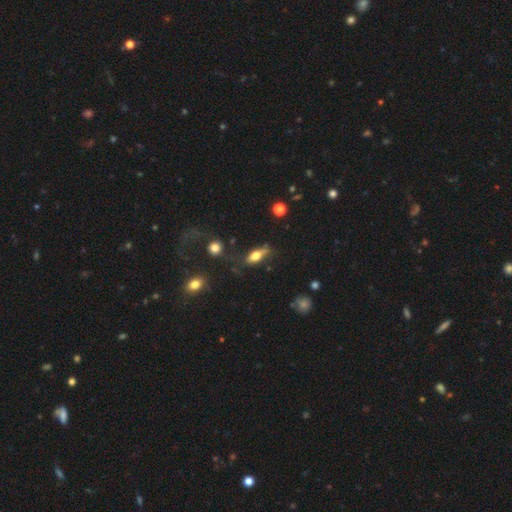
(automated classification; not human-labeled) This appears to be a smooth galaxy with no disk features (61%) that is in between round and cigar-shaped (68%). Merging: none (56%).